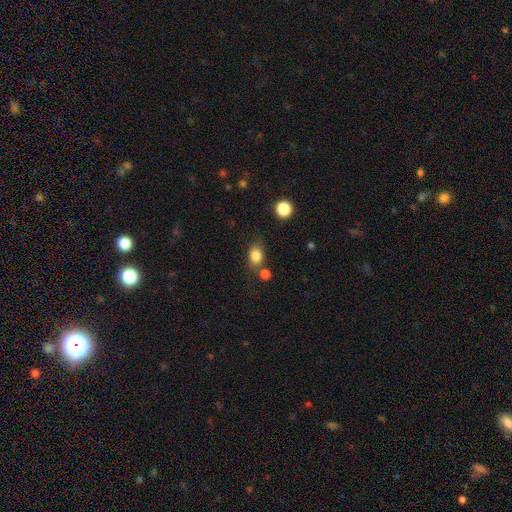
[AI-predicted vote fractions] Morphology: type=smooth (83%); roundness=in between (60%); merging=none (66%).